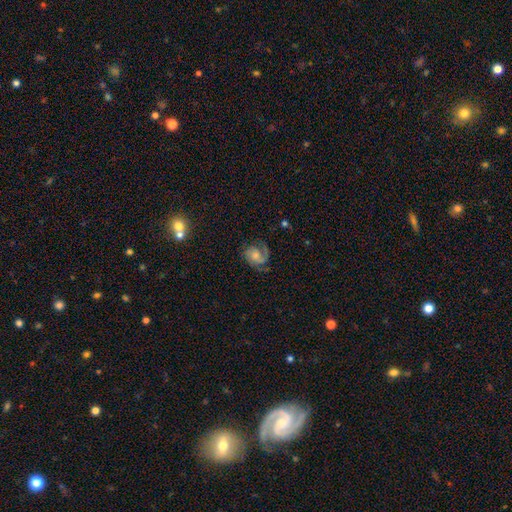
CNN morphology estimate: Smooth or featured: featured or disk — 77% (smooth — 15%)
Edge-on disk: no — 98% (yes — 2%)
Bar: no — 67% (weak — 28%)
Spiral arms: yes — 95% (no — 5%)
Spiral winding: medium — 46% (tight — 37%)
Spiral arm count: 2 — 53% (1 — 17%)
Bulge size: small — 42% (moderate — 41%)
Merging: none — 65% (minor disturbance — 19%)